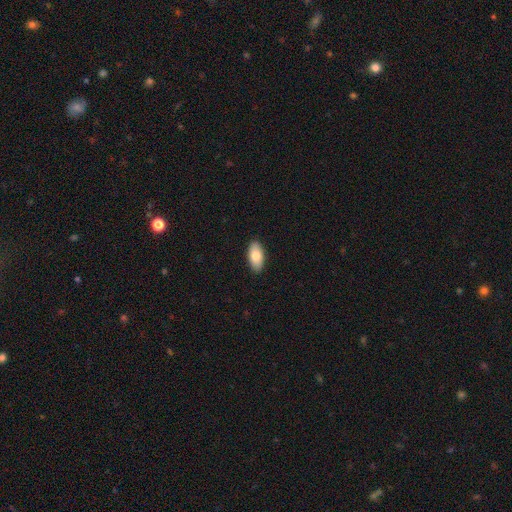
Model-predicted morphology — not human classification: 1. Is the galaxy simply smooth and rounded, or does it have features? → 80% smooth, 14% featured or disk, 6% star or artifact.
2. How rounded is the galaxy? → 93% in between, 4% cigar-shaped, 3% round.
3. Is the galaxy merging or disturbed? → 90% none, 7% minor disturbance, 2% major disturbance, 1% merger.